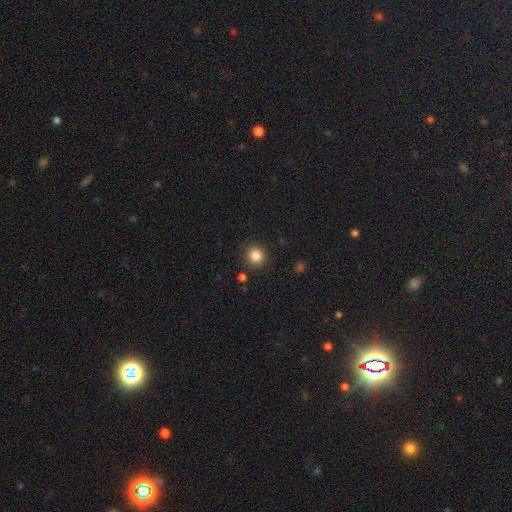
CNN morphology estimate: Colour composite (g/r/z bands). It shows a smooth galaxy with no disk features (85%) that is round (92%). Merging: none (88%).